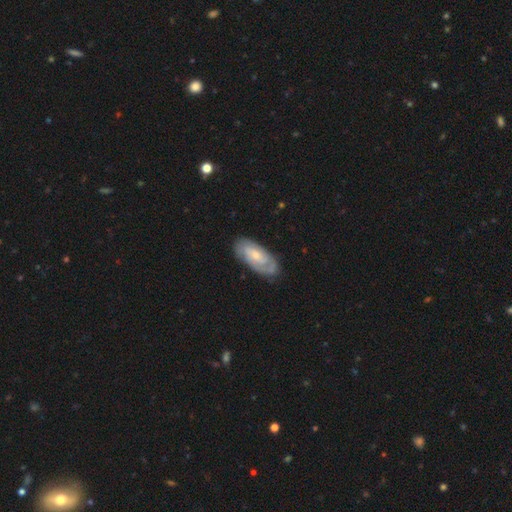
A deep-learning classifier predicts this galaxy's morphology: A featured or disk galaxy (69%) with no bar (61%), 2 (44%) tight (63%) spiral arms (88%) and a small central bulge (61%). Merging: none (77%).